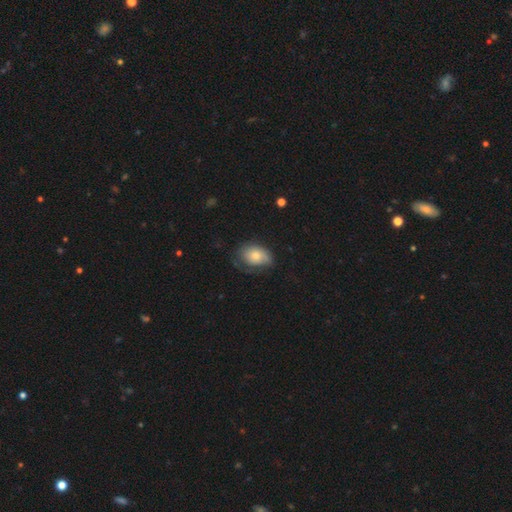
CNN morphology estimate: smooth-or-featured: smooth: 68% | featured or disk: 24% | star or artifact: 8%
  how-rounded: in between: 78% | round: 20% | cigar-shaped: 1%
  merging: none: 52% | minor disturbance: 32% | major disturbance: 14% | merger: 2%